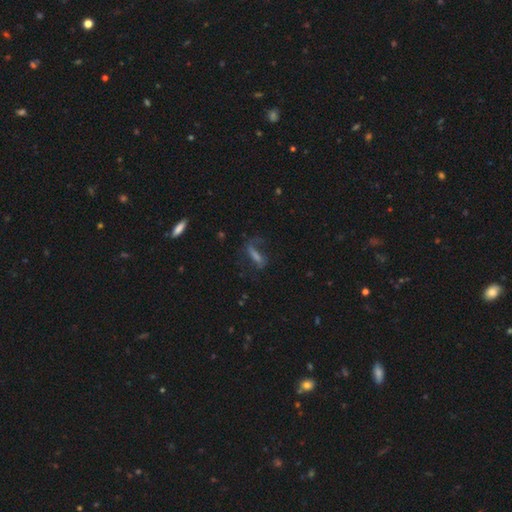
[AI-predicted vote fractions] Smooth or featured?
  - featured or disk: 47% *
  - smooth: 33%
  - star or artifact: 20%
Merging?
  - none: 57% *
  - major disturbance: 21%
  - minor disturbance: 19%
  - merger: 3%